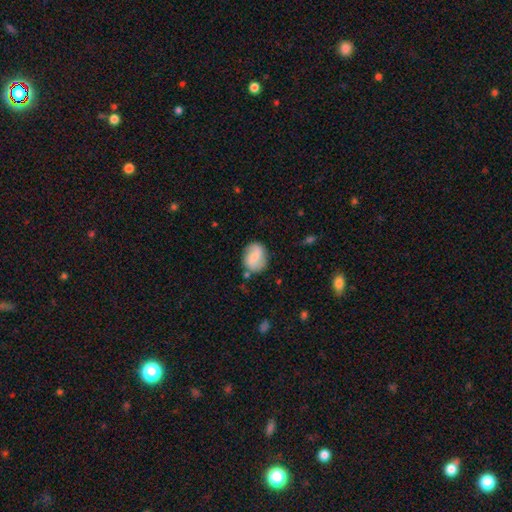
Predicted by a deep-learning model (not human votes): A smooth galaxy with no disk features (52%) that is in between round and cigar-shaped (52%).

Vote fractions:
- Smooth or featured? smooth: 52% / featured or disk: 41% / star or artifact: 7%
- How rounded? in between: 52% / round: 47% / cigar-shaped: 2%
- Merging? none: 75% / minor disturbance: 16% / major disturbance: 5% / merger: 3%